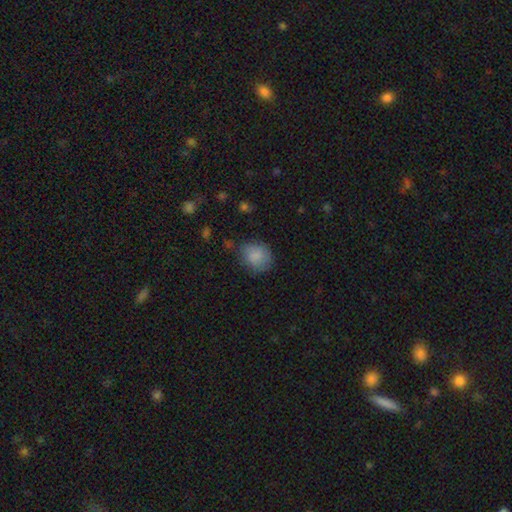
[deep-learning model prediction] A smooth galaxy with no disk features (84%) that is round (74%).

Vote fractions:
- Smooth or featured? smooth: 84% / star or artifact: 8% / featured or disk: 7%
- How rounded? round: 74% / in between: 25% / cigar-shaped: 1%
- Merging? none: 69% / minor disturbance: 23% / major disturbance: 6% / merger: 2%